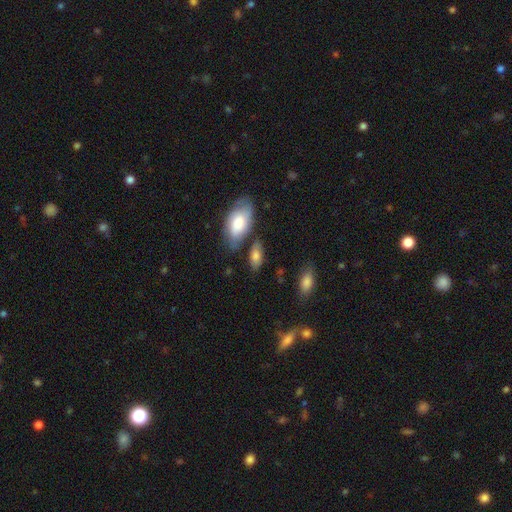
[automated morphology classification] type=smooth (78%); roundness=in between (87%); merging=none (66%).